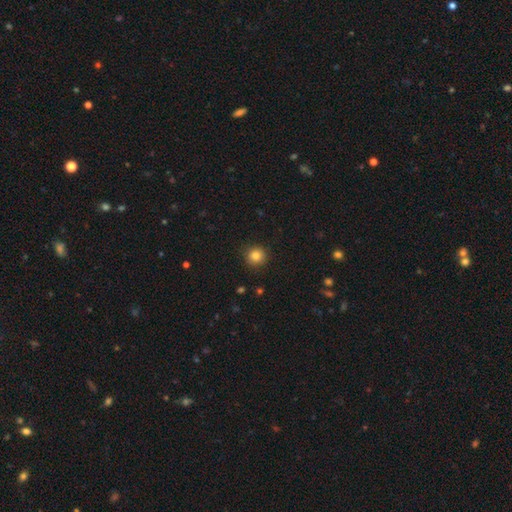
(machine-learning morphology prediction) Q: Smooth or featured?
A: smooth (83%); runner-up: star or artifact (11%)
Q: How rounded?
A: round (93%); runner-up: in between (6%)
Q: Merging?
A: none (90%); runner-up: minor disturbance (7%)